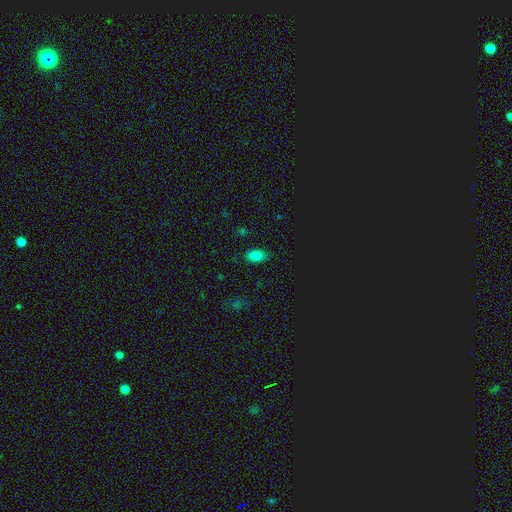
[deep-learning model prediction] smooth-or-featured: smooth: 80% | star or artifact: 14% | featured or disk: 5%
  how-rounded: in between: 92% | round: 6% | cigar-shaped: 2%
  merging: none: 85% | minor disturbance: 11% | major disturbance: 3% | merger: 1%